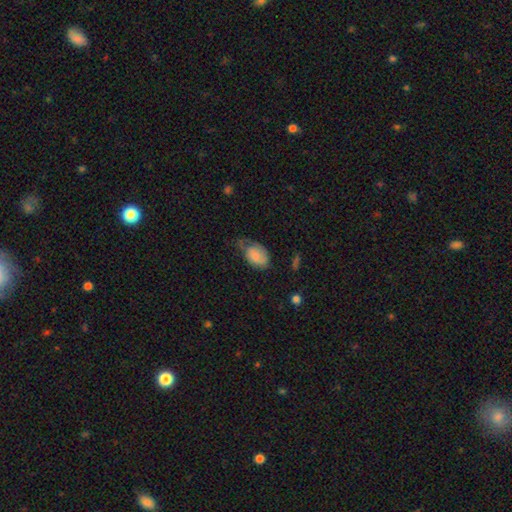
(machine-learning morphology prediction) smooth_or_featured: smooth (p=0.67) [alt: featured or disk p=0.26]
how_rounded: in between (p=0.87) [alt: round p=0.11]
merging: minor disturbance (p=0.38) [alt: none p=0.31]